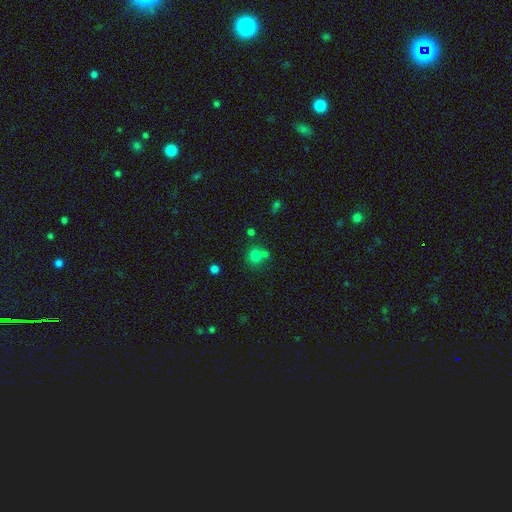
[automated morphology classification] smooth-or-featured: smooth: 75% | star or artifact: 16% | featured or disk: 10%
  how-rounded: round: 82% | in between: 17% | cigar-shaped: 1%
  merging: none: 52% | merger: 31% | minor disturbance: 12% | major disturbance: 5%